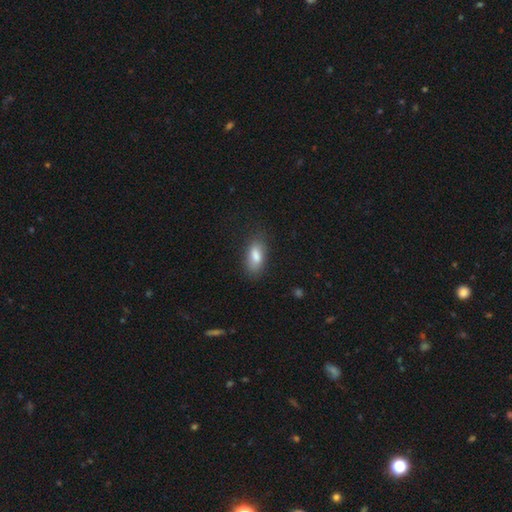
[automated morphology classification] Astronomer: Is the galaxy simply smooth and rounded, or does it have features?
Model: smooth — 80%.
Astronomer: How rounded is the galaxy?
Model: in between — 82%.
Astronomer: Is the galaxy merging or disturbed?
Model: none — 77%.